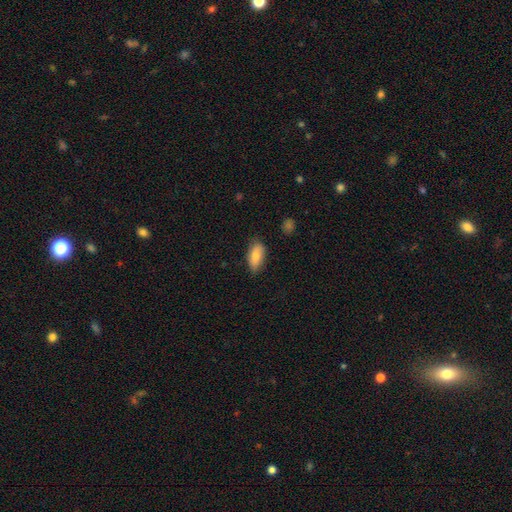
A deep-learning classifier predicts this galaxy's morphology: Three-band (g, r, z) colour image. It shows a smooth galaxy with no disk features (80%) that is in between round and cigar-shaped (89%). Merging: none (75%).